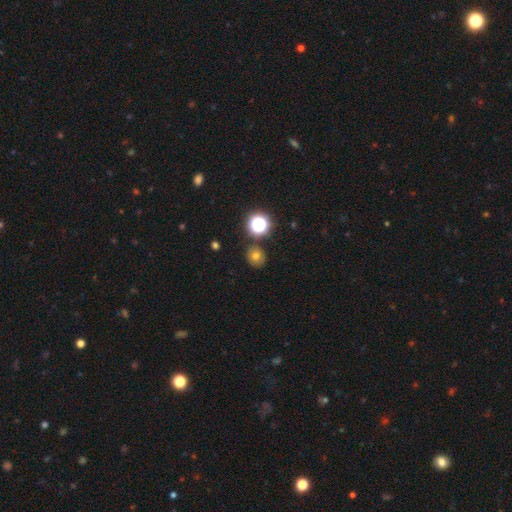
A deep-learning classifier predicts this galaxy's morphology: smooth 66%, star or artifact 23%, featured or disk 11%. Down the decision tree: how rounded — round (84%); merging — none (84%).